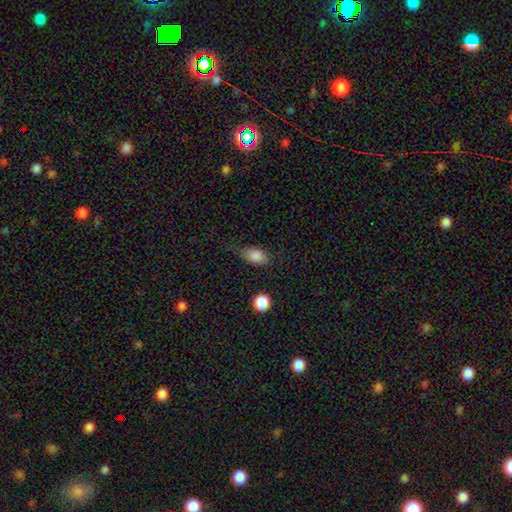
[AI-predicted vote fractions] smooth_or_featured: smooth (p=0.84) [alt: star or artifact p=0.09]
how_rounded: in between (p=0.85) [alt: round p=0.11]
merging: none (p=0.63) [alt: minor disturbance p=0.25]